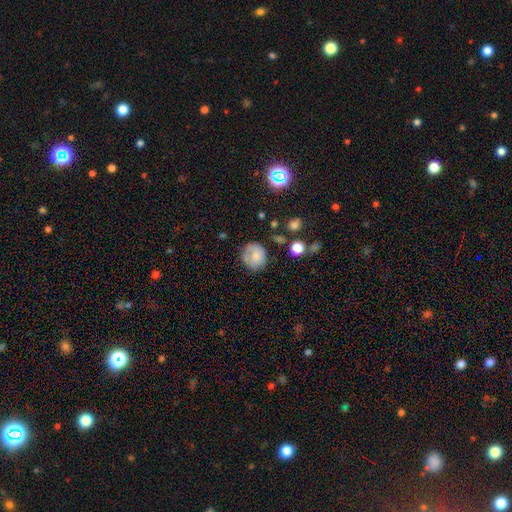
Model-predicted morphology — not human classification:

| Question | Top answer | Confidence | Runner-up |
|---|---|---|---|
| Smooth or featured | smooth | 72% | featured or disk (18%) |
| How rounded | round | 79% | in between (20%) |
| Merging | none | 64% | minor disturbance (23%) |